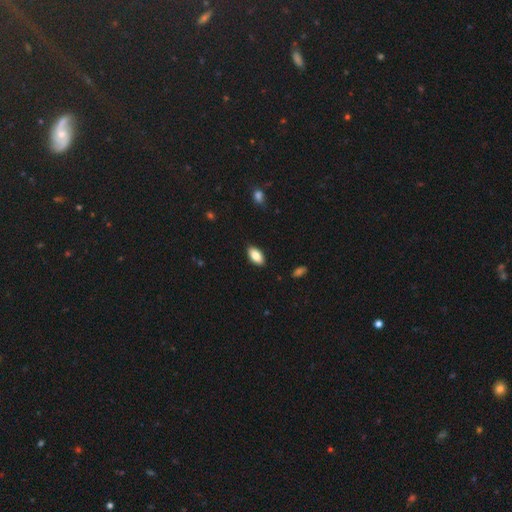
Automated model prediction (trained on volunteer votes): This appears to be a smooth galaxy with no disk features (83%) that is in between round and cigar-shaped (92%). Merging: none (88%).